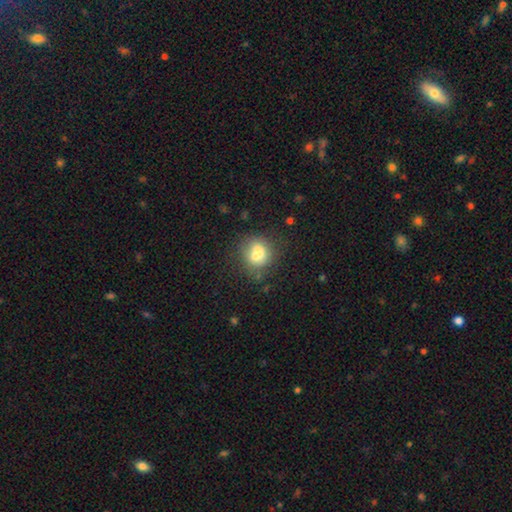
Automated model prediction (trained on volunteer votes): This is likely a smooth galaxy (70%). How rounded: likely round (68%). Merging: possibly none (46%).